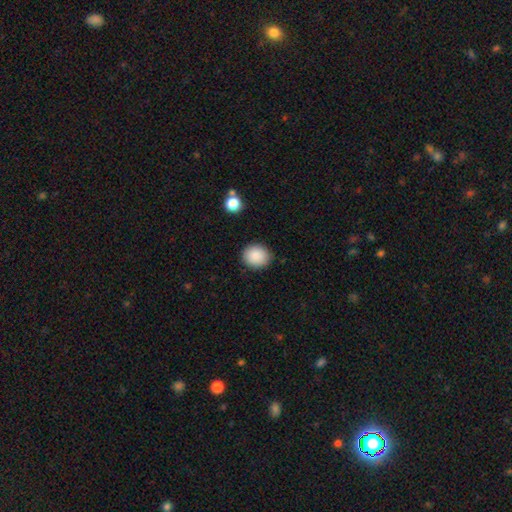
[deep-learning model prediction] smooth_or_featured: smooth (p=0.88) [alt: star or artifact p=0.08]
how_rounded: round (p=0.73) [alt: in between p=0.26]
merging: none (p=0.87) [alt: minor disturbance p=0.10]